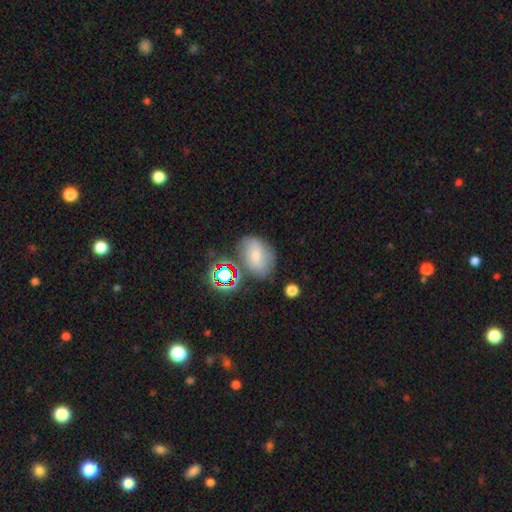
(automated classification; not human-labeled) Overall: smooth (54%; featured or disk 28%). How rounded: in between (72%). Merging: none (61%; minor disturbance 22%).